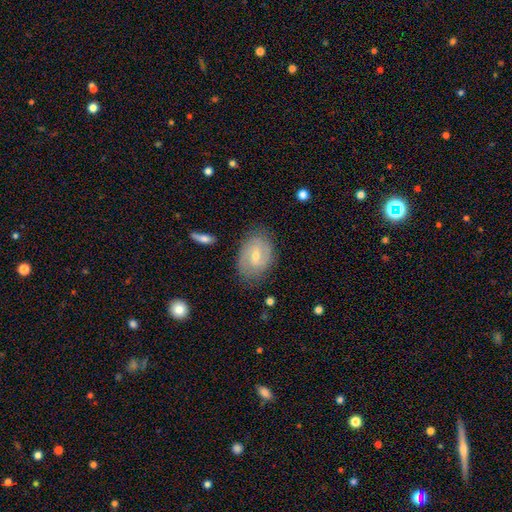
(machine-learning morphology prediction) Smooth or featured: featured or disk — 72% (smooth — 21%)
Edge-on disk: no — 96% (yes — 4%)
Bar: weak — 55% (no — 29%)
Spiral arms: yes — 85% (no — 15%)
Spiral winding: tight — 47% (medium — 39%)
Spiral arm count: 2 — 72% (can't tell — 18%)
Bulge size: moderate — 50% (small — 46%)
Merging: none — 78% (minor disturbance — 16%)